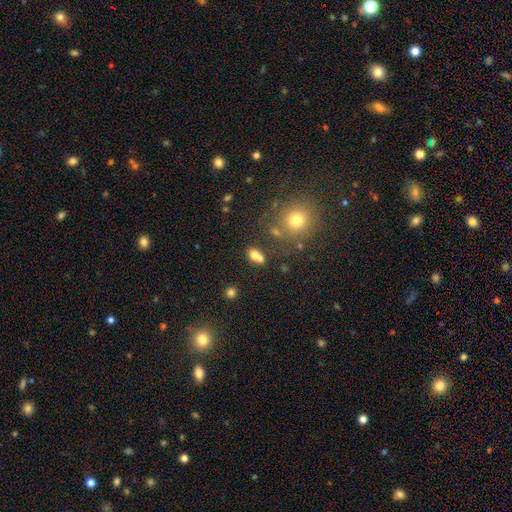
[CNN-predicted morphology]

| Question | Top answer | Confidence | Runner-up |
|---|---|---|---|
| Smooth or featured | smooth | 74% | star or artifact (14%) |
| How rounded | in between | 67% | round (30%) |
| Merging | none | 44% | merger (39%) |